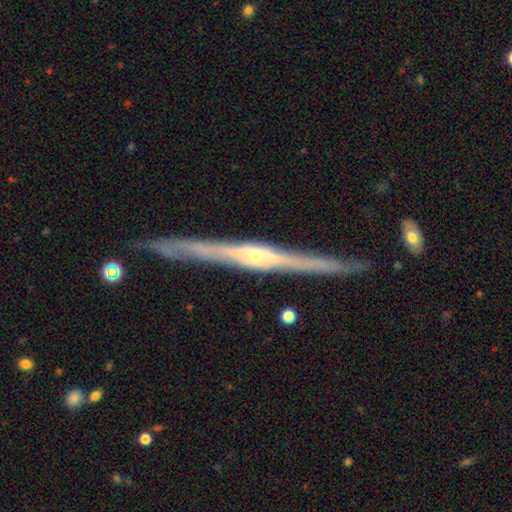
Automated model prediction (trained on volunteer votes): Smooth or featured: featured or disk — 87% (smooth — 8%)
Edge-on disk: yes — 98% (no — 2%)
Edge-on bulge: rounded — 71% (none — 18%)
Merging: none — 88% (minor disturbance — 8%)